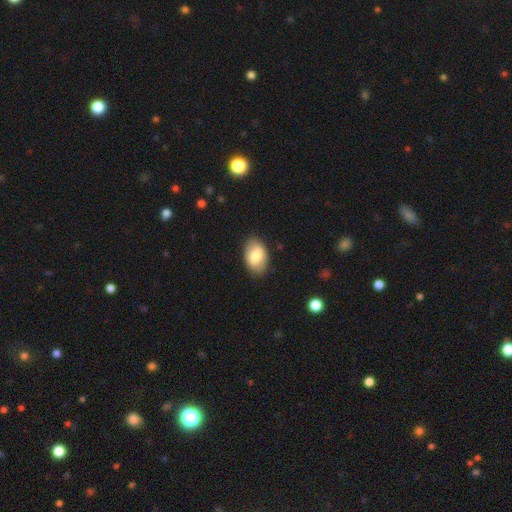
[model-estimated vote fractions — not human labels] Q: Smooth or featured?
A: smooth (80%); runner-up: featured or disk (14%)
Q: How rounded?
A: in between (90%); runner-up: round (9%)
Q: Merging?
A: none (83%); runner-up: minor disturbance (13%)